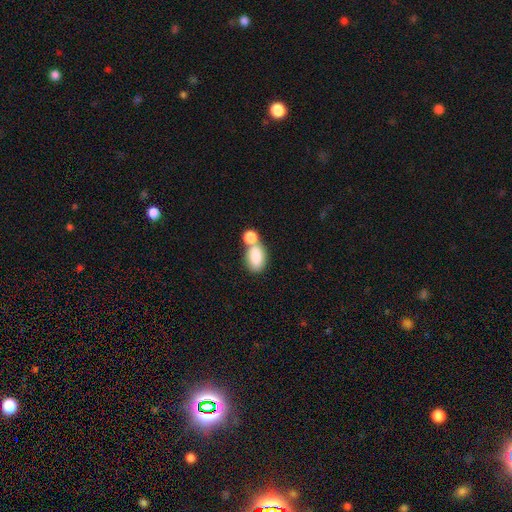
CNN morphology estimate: A smooth galaxy with no disk features (82%) that is in between round and cigar-shaped (88%). Merging: merger (54%).